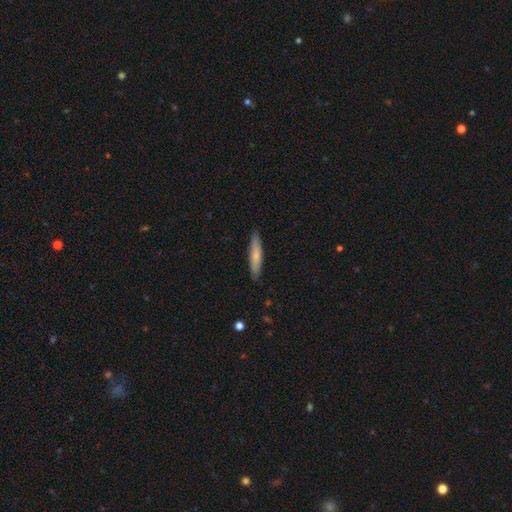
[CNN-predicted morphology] Smooth or featured? smooth (70%)
How rounded? cigar-shaped (88%)
Merging? none (89%)